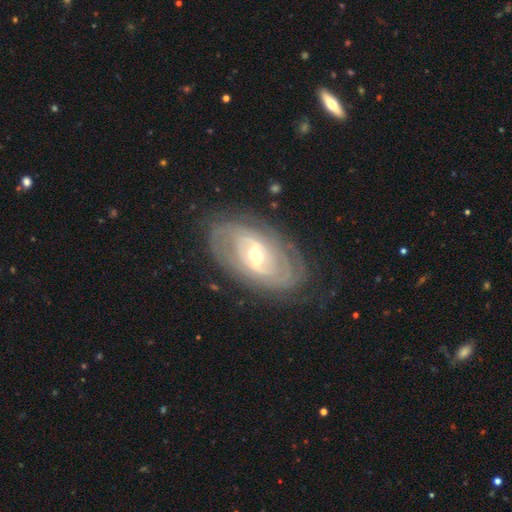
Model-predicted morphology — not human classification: This is clearly a featured or disk galaxy (86%). It is clearly not viewed edge-on (94%). Bar: possibly weak (45%). Spiral arm pattern: clearly yes (90%). Spiral arm count: marginally can't tell (41%). Spiral winding: likely tight (71%). Central bulge: likely moderate (63%). Merging: likely none (77%).